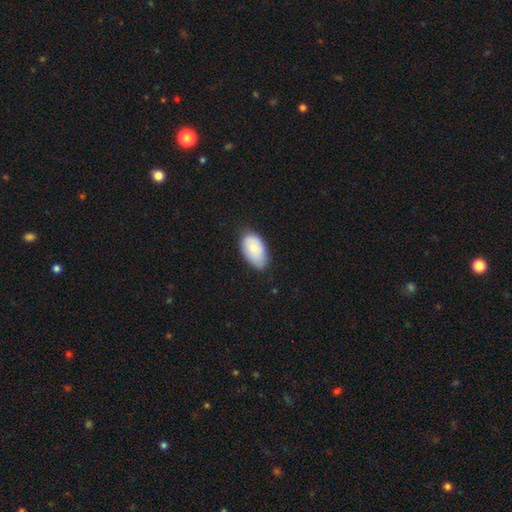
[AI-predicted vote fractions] Morphology: type=smooth (81%); roundness=in between (94%); merging=none (68%).